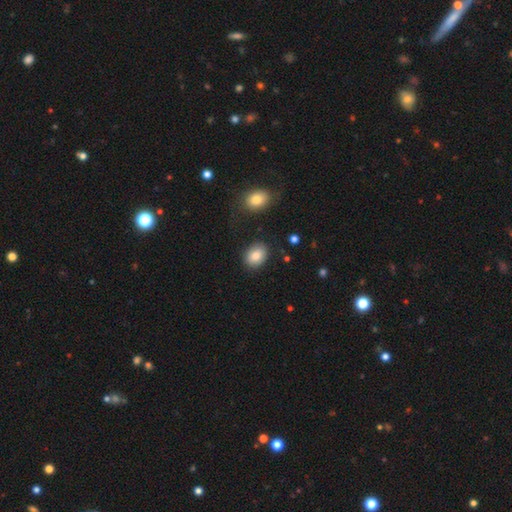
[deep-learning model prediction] A smooth galaxy with no disk features (82%) that is in between round and cigar-shaped (59%).

Vote fractions:
- Smooth or featured? smooth: 82% / featured or disk: 10% / star or artifact: 8%
- How rounded? in between: 59% / round: 41% / cigar-shaped: 1%
- Merging? none: 85% / minor disturbance: 10% / major disturbance: 3% / merger: 3%